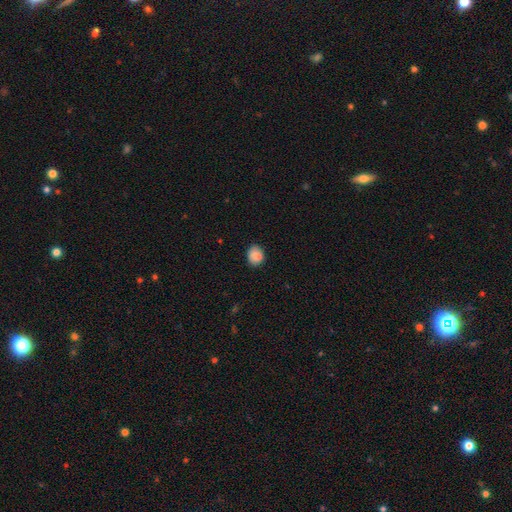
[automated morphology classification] A smooth galaxy with no disk features (87%) that is round (56%).

Vote fractions:
- Smooth or featured? smooth: 87% / star or artifact: 8% / featured or disk: 5%
- How rounded? round: 56% / in between: 43% / cigar-shaped: 1%
- Merging? none: 81% / minor disturbance: 15% / major disturbance: 3% / merger: 1%